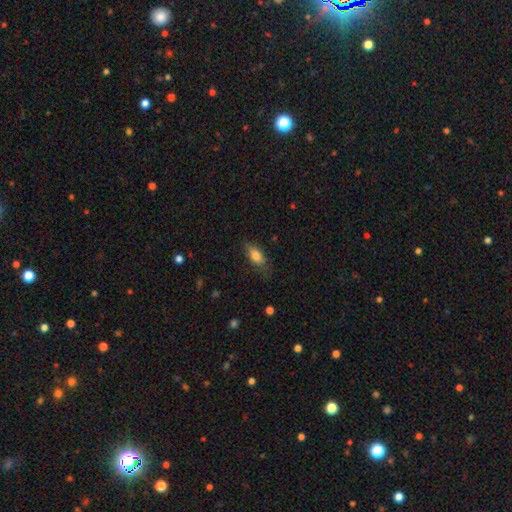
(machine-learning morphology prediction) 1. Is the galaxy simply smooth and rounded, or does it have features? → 81% smooth, 12% featured or disk, 7% star or artifact.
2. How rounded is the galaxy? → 81% in between, 16% cigar-shaped, 3% round.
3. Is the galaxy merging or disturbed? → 69% none, 22% minor disturbance, 7% major disturbance, 1% merger.